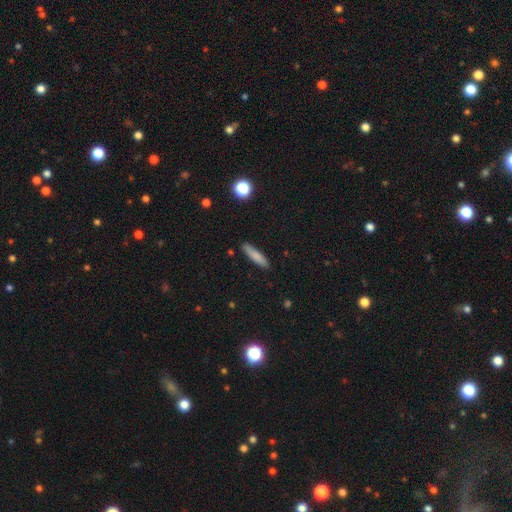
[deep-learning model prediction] This is likely a smooth galaxy (80%). How rounded: clearly cigar-shaped (83%). Merging: clearly none (87%).